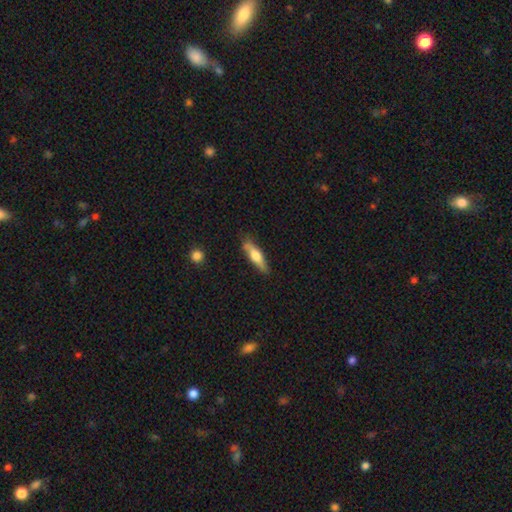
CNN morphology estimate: The model was most divided on "smooth or featured": smooth: 54%, featured or disk: 40%, star or artifact: 6%. More confident: merging — none (78%); how rounded — cigar-shaped (71%).